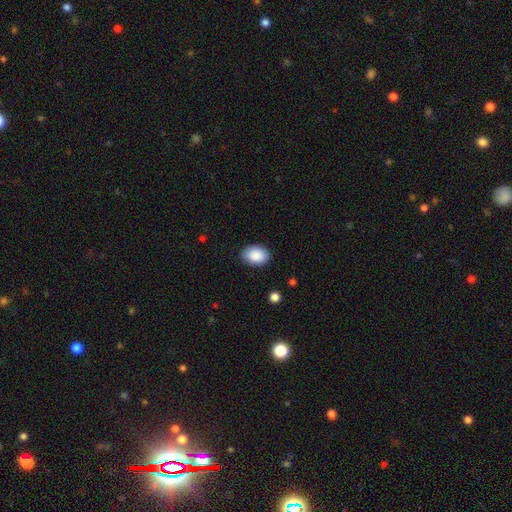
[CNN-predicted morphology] Smooth or featured? smooth (89%)
How rounded? in between (84%)
Merging? none (88%)